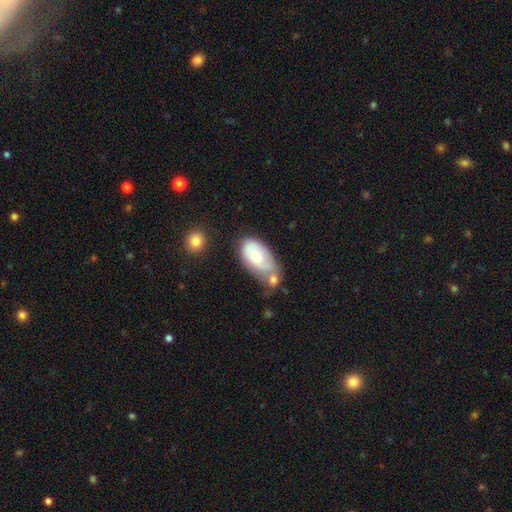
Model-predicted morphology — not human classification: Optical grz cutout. It shows a smooth galaxy with no disk features (66%) that is in between round and cigar-shaped (93%). Merging: none (31%).